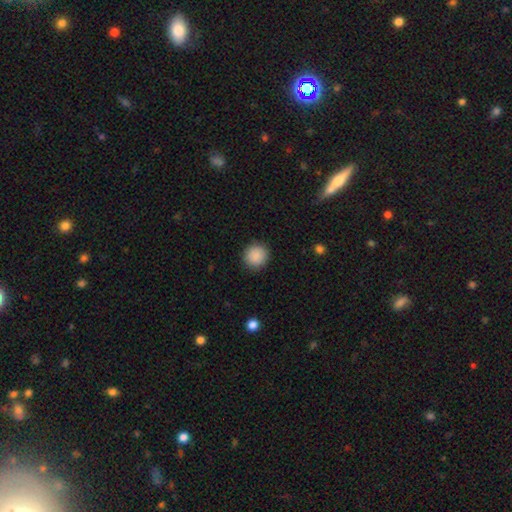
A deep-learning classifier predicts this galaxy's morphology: type=smooth (89%); roundness=round (93%); merging=none (91%).